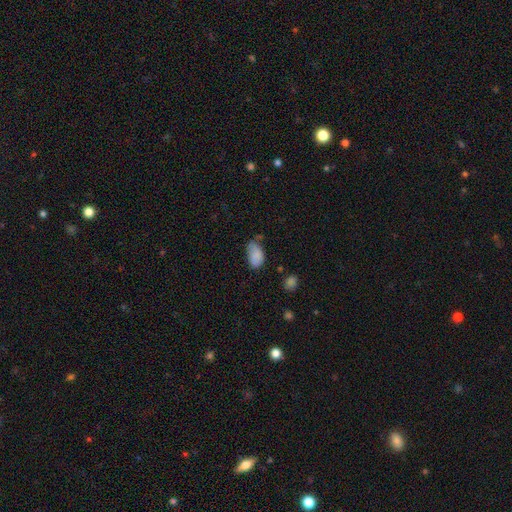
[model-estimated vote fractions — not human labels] smooth 83%, featured or disk 9%, star or artifact 8%. Down the decision tree: how rounded — in between (92%); merging — none (47%).